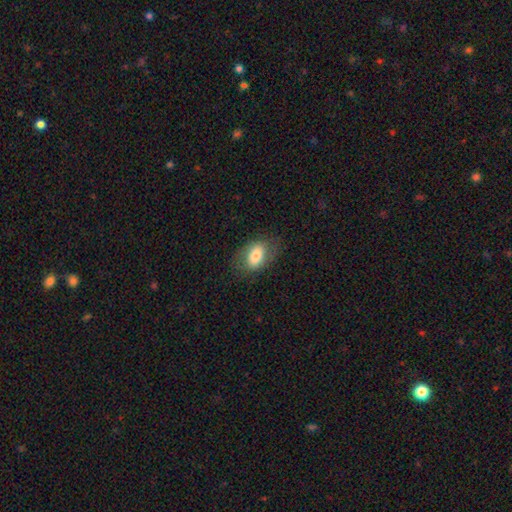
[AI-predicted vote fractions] The model was most divided on "smooth or featured": smooth: 71%, featured or disk: 21%, star or artifact: 8%. More confident: how rounded — in between (87%); merging — none (75%).